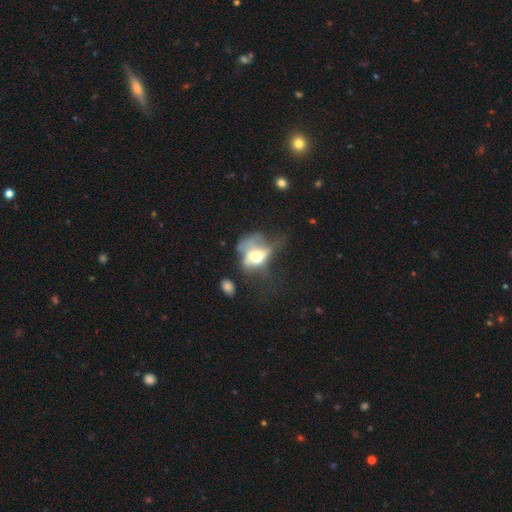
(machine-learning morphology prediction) Overall: featured or disk (46%; smooth 43%). Merging: major disturbance (51%; none 19%).